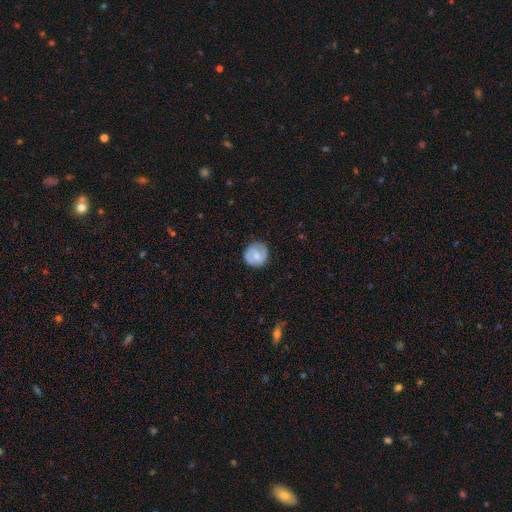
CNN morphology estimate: A smooth galaxy with no disk features (53%) that is round (88%). Merging: none (81%).